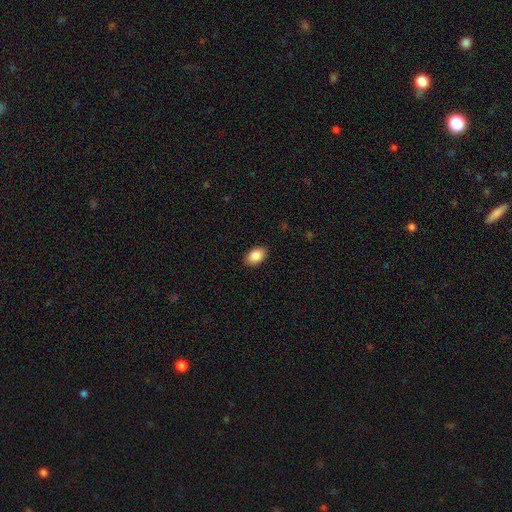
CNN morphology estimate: smooth-or-featured: smooth: 88% | star or artifact: 7% | featured or disk: 5%
  how-rounded: in between: 88% | round: 11% | cigar-shaped: 1%
  merging: none: 89% | minor disturbance: 8% | major disturbance: 2% | merger: 1%